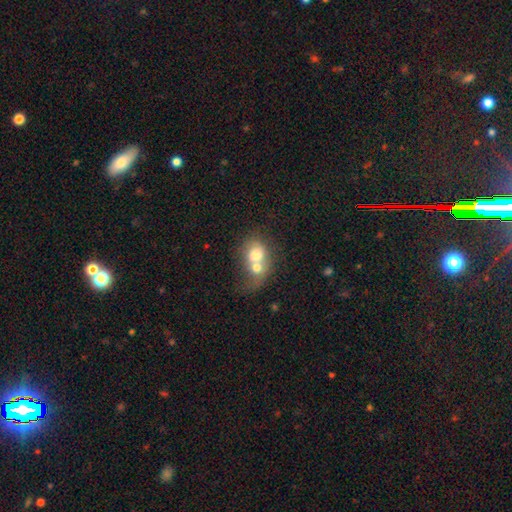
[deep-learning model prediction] Overall: smooth (66%). How rounded: round (56%; in between 43%). Merging: merger (77%).